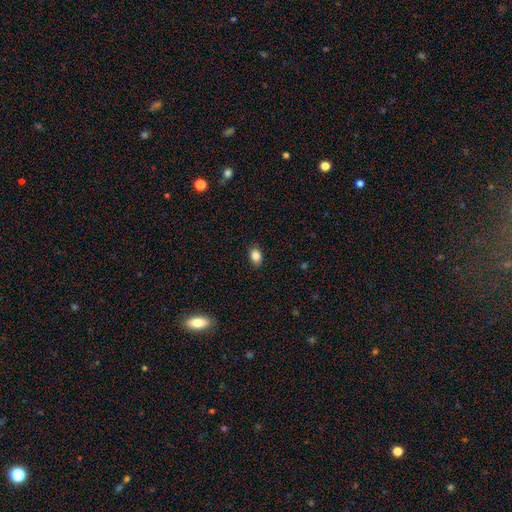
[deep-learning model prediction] smooth 85%, star or artifact 9%, featured or disk 6%. Down the decision tree: how rounded — in between (80%); merging — none (87%).